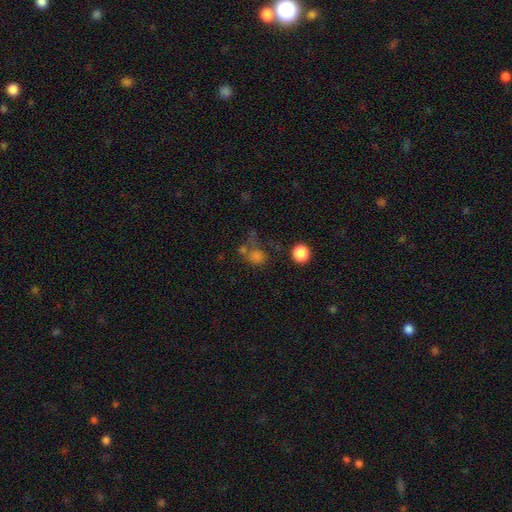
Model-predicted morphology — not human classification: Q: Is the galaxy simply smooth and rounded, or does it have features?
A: smooth — 60%.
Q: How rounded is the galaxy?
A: round — 75%.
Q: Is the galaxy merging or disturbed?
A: none — 47%.